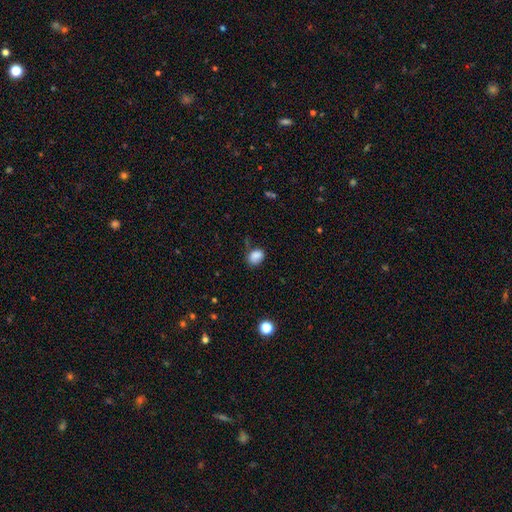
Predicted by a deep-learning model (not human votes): smooth_or_featured: smooth (p=0.84) [alt: star or artifact p=0.10]
how_rounded: in between (p=0.68) [alt: round p=0.31]
merging: none (p=0.62) [alt: minor disturbance p=0.26]